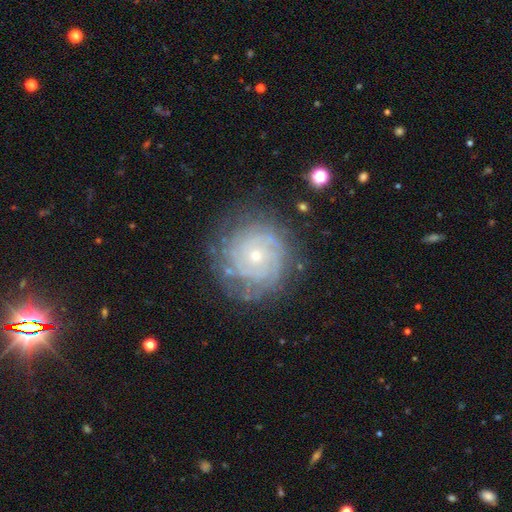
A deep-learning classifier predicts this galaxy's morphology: The model was most divided on "spiral arm count": can't tell: 40%, 3: 16%, 4: 15%, 2: 13%, more than 4: 9%, 1: 6%. More confident: edge-on disk — no (97%); spiral arms — yes (94%); bar — no (82%); smooth or featured — featured or disk (80%); spiral winding — tight (80%); merging — none (77%); bulge size — small (69%).